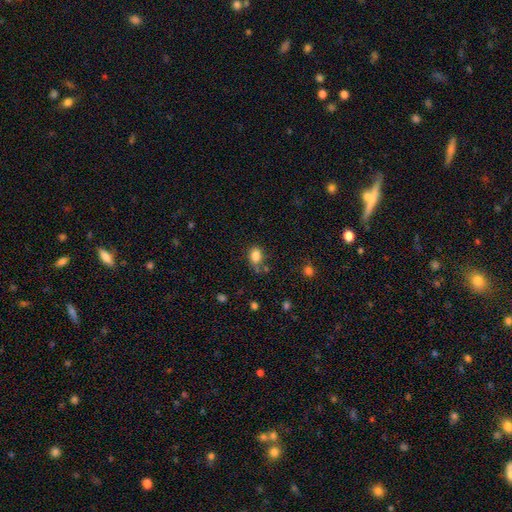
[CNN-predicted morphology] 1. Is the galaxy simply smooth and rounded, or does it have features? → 84% smooth, 10% star or artifact, 6% featured or disk.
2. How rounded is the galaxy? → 68% in between, 30% round, 1% cigar-shaped.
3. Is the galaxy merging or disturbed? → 62% none, 23% minor disturbance, 9% merger, 6% major disturbance.